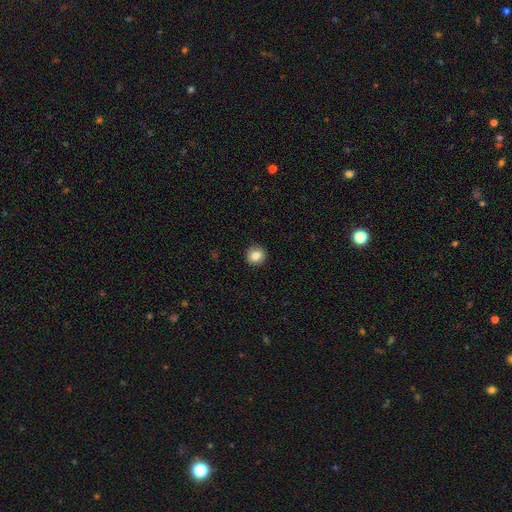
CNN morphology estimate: smooth 84%, star or artifact 9%, featured or disk 7%. Down the decision tree: how rounded — round (93%); merging — none (92%).